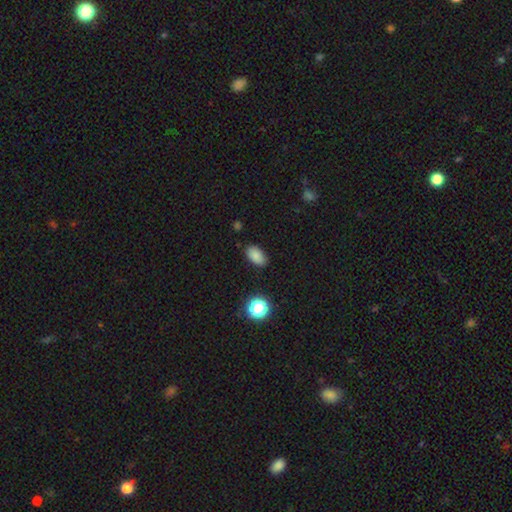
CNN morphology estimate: smooth_or_featured: smooth (p=0.83) [alt: star or artifact p=0.12]
how_rounded: in between (p=0.91) [alt: round p=0.07]
merging: none (p=0.85) [alt: minor disturbance p=0.11]